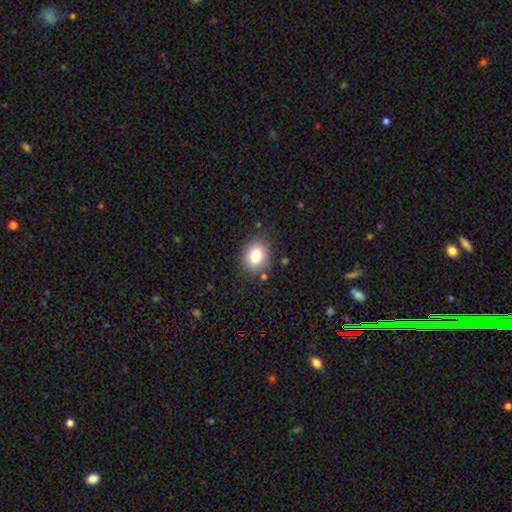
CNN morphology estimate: type=smooth (80%); roundness=round (56%); merging=none (85%).